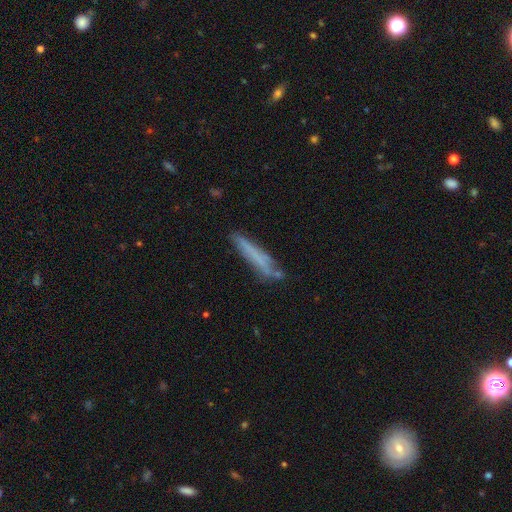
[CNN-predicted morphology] Smooth or featured? smooth (58%)
How rounded? cigar-shaped (93%)
Merging? none (70%)